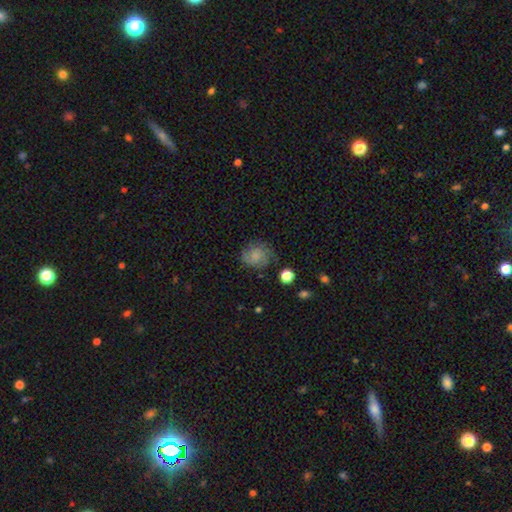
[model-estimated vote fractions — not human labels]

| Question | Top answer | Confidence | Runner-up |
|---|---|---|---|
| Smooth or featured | smooth | 49% | featured or disk (40%) |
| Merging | none | 73% | minor disturbance (18%) |